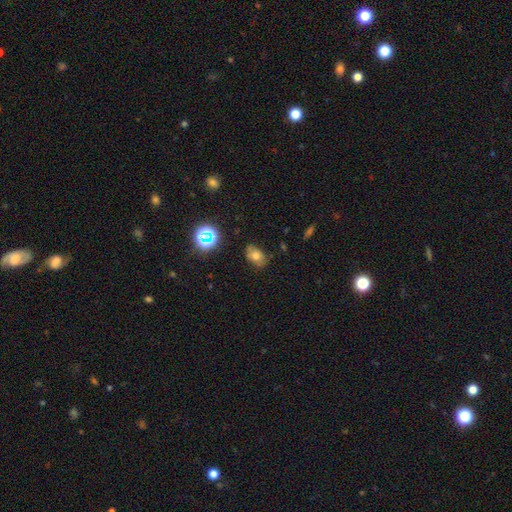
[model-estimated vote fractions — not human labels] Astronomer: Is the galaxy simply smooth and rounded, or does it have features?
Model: smooth — 69%.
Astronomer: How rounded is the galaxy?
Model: in between — 77%.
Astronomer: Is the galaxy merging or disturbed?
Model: none — 67%.